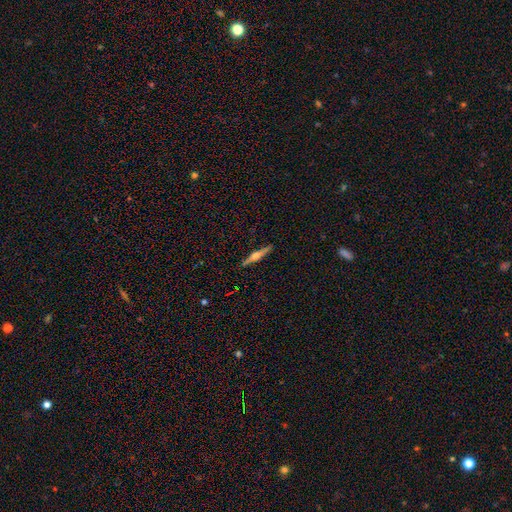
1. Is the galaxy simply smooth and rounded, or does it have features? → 81% featured or disk, 16% smooth, 3% star or artifact.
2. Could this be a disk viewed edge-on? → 100% yes, 0% no.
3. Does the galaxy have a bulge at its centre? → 87% rounded, 13% boxy, 0% none.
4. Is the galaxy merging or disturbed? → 92% none, 6% minor disturbance, 3% merger, 0% major disturbance.